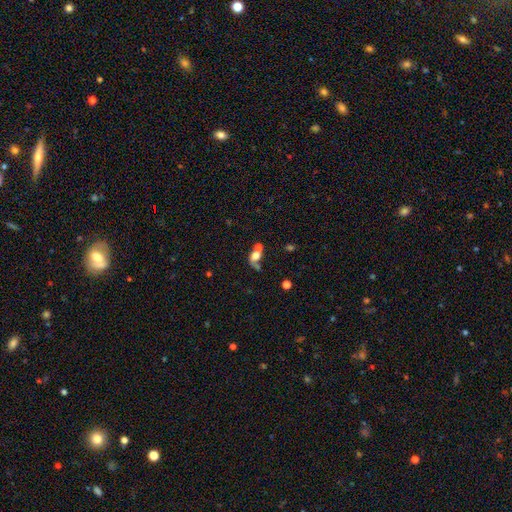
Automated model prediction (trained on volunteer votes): smooth_or_featured: smooth (p=0.56) [alt: featured or disk p=0.31]
how_rounded: in between (p=0.53) [alt: round p=0.45]
merging: merger (p=0.53) [alt: none p=0.19]